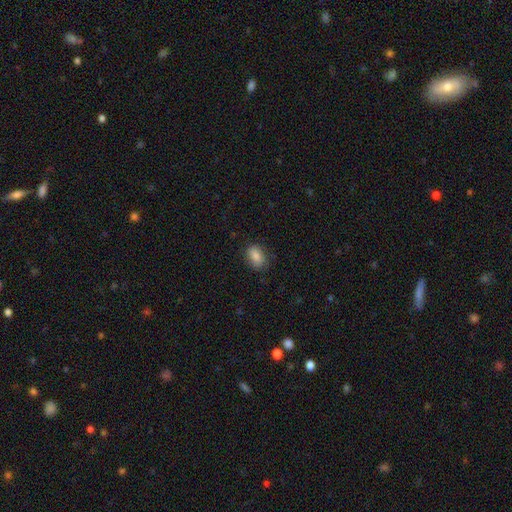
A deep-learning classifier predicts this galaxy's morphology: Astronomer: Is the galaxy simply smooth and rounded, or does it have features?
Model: smooth — 85%.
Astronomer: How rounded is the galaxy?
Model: in between — 86%.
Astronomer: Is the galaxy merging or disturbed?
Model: none — 80%.